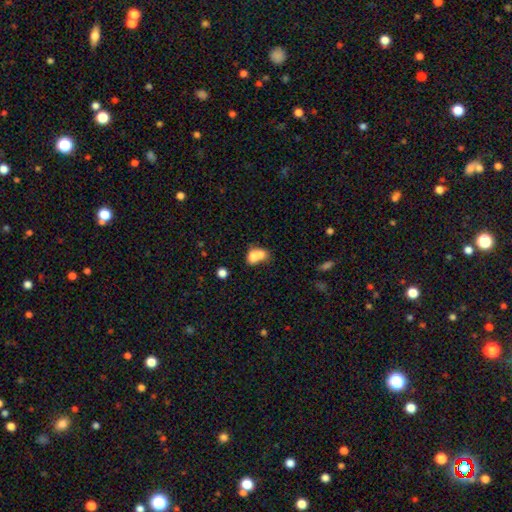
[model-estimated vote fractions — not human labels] Smooth or featured?
  - smooth: 73% *
  - featured or disk: 18%
  - star or artifact: 9%
How rounded?
  - in between: 62% *
  - round: 37%
  - cigar-shaped: 2%
Merging?
  - merger: 70% *
  - none: 18%
  - minor disturbance: 7%
  - major disturbance: 5%